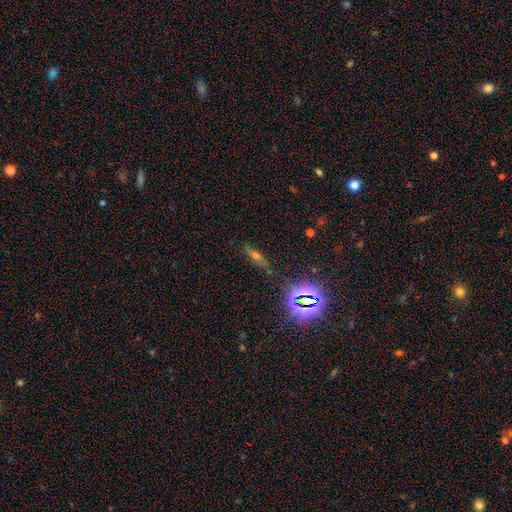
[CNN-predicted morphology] This is marginally a smooth galaxy (36%). Merging: likely none (77%).